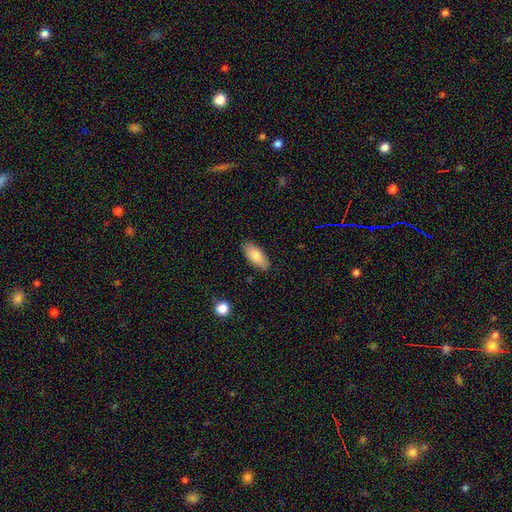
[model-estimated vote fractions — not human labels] smooth_or_featured: smooth (p=0.80) [alt: featured or disk p=0.13]
how_rounded: in between (p=0.87) [alt: cigar-shaped p=0.11]
merging: none (p=0.85) [alt: minor disturbance p=0.12]